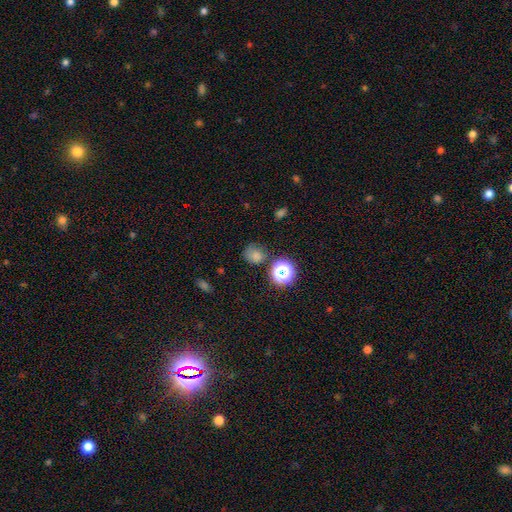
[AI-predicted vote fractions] Smooth or featured: smooth — 50% (star or artifact — 39%)
How rounded: round — 80% (in between — 19%)
Merging: none — 75% (minor disturbance — 14%)